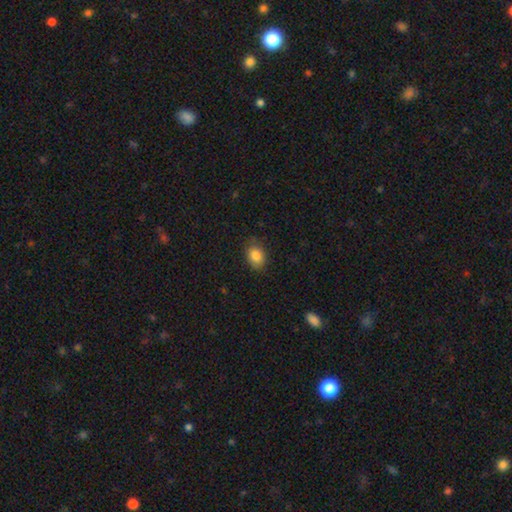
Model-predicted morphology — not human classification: This is clearly a smooth galaxy (86%). How rounded: likely in between (74%). Merging: clearly none (81%).